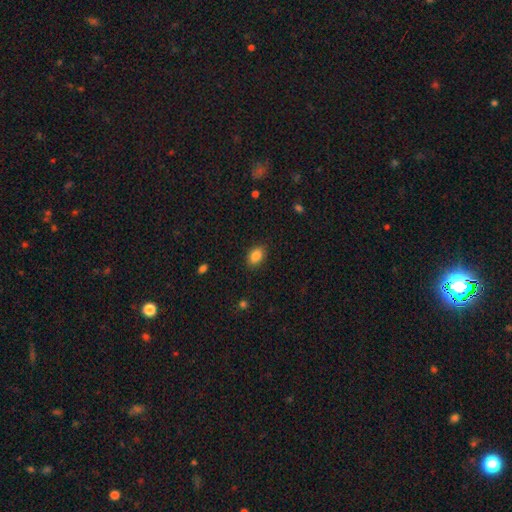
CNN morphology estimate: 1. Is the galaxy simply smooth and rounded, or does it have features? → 86% smooth, 9% star or artifact, 5% featured or disk.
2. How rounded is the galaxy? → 83% in between, 15% round, 1% cigar-shaped.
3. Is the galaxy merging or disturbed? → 87% none, 10% minor disturbance, 3% major disturbance, 1% merger.